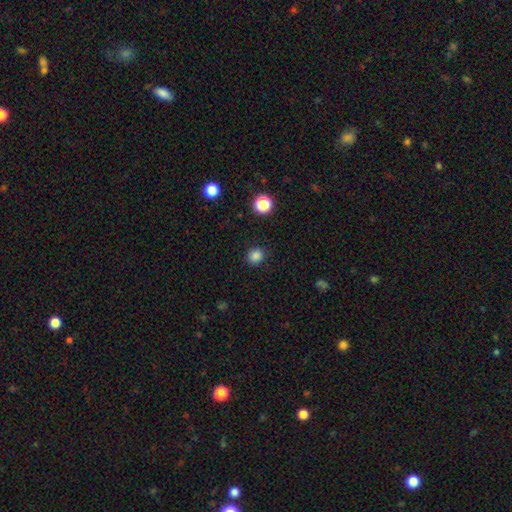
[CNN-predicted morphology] Q: Smooth or featured?
A: smooth (84%); runner-up: star or artifact (13%)
Q: How rounded?
A: round (79%); runner-up: in between (20%)
Q: Merging?
A: none (87%); runner-up: minor disturbance (9%)